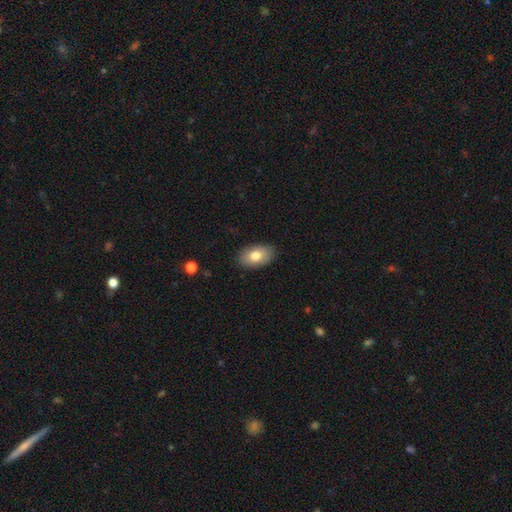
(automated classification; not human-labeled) smooth-or-featured: smooth: 79% | featured or disk: 14% | star or artifact: 7%
  how-rounded: in between: 92% | round: 7% | cigar-shaped: 1%
  merging: none: 88% | minor disturbance: 9% | major disturbance: 2% | merger: 1%